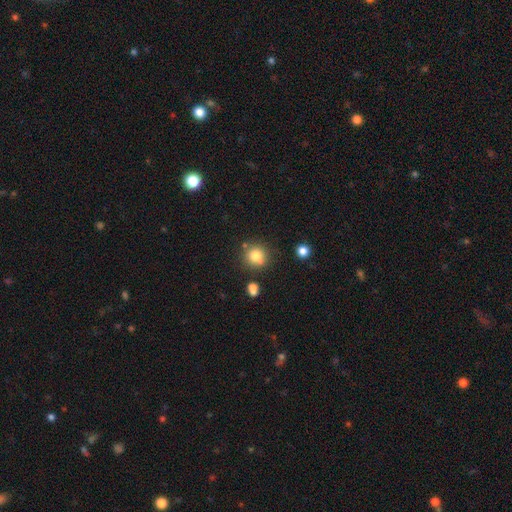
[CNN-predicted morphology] Smooth or featured: smooth — 78% (star or artifact — 13%)
How rounded: round — 90% (in between — 9%)
Merging: none — 75% (minor disturbance — 11%)